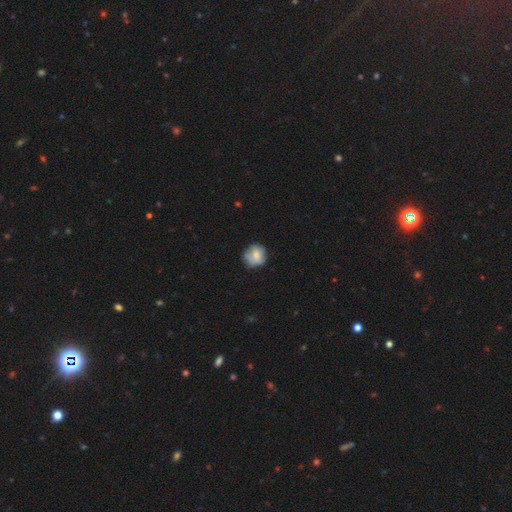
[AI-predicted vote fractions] The model was most divided on "merging": none: 66%, minor disturbance: 25%, major disturbance: 7%, merger: 2%. More confident: how rounded — round (83%); smooth or featured — smooth (68%).